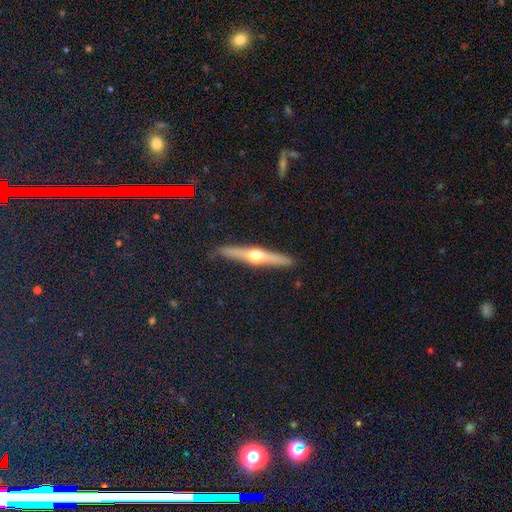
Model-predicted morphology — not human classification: Smooth or featured: featured or disk — 69% (smooth — 26%)
Edge-on disk: yes — 97% (no — 3%)
Edge-on bulge: rounded — 93% (none — 4%)
Merging: none — 89% (minor disturbance — 8%)